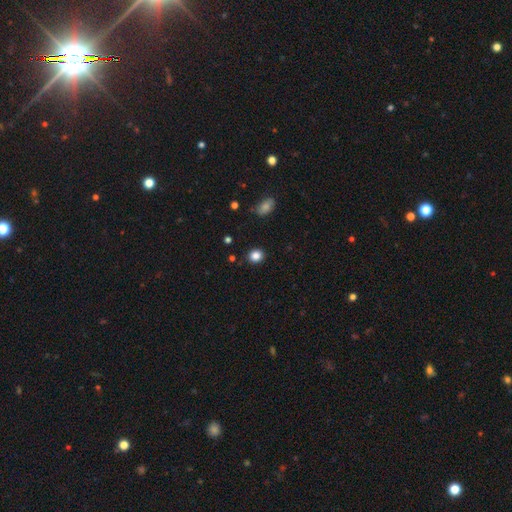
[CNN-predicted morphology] The model was most divided on "how rounded": round: 76%, in between: 23%, cigar-shaped: 1%. More confident: merging — none (89%); smooth or featured — smooth (85%).